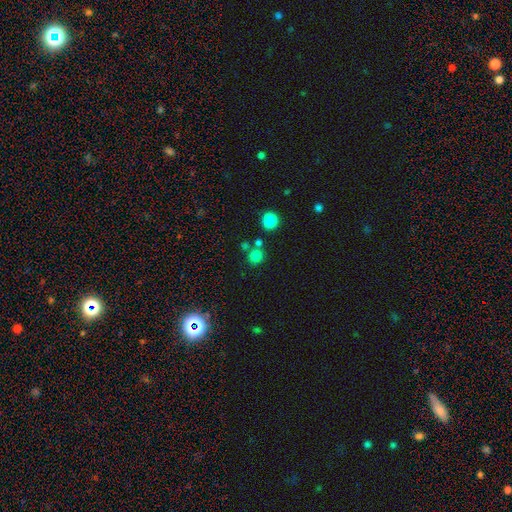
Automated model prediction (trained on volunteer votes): smooth_or_featured: smooth (p=0.77) [alt: star or artifact p=0.17]
how_rounded: round (p=0.90) [alt: in between p=0.09]
merging: none (p=0.73) [alt: merger p=0.15]